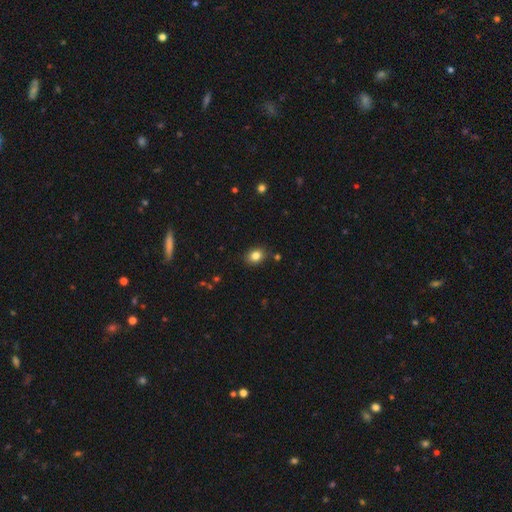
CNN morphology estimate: smooth_or_featured: smooth (p=0.82) [alt: star or artifact p=0.11]
how_rounded: in between (p=0.51) [alt: round p=0.48]
merging: none (p=0.85) [alt: minor disturbance p=0.10]